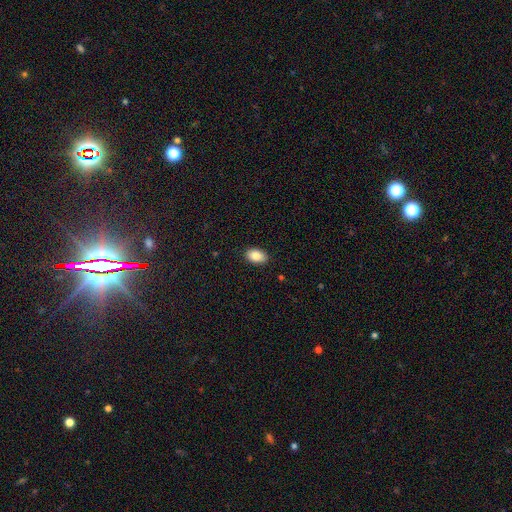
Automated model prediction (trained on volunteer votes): This is clearly a smooth galaxy (86%). How rounded: clearly in between (89%). Merging: clearly none (88%).